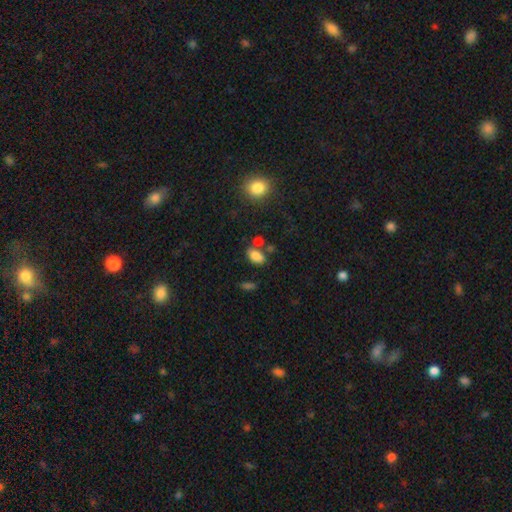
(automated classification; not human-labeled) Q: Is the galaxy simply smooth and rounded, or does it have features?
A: smooth — 82%.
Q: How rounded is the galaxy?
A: in between — 87%.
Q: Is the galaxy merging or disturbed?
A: none — 62%.